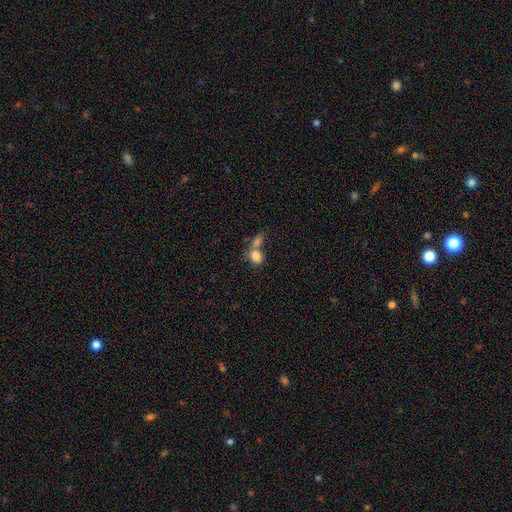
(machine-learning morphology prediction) This is clearly a smooth galaxy (82%). How rounded: possibly in between (54%). Merging: possibly merger (53%).